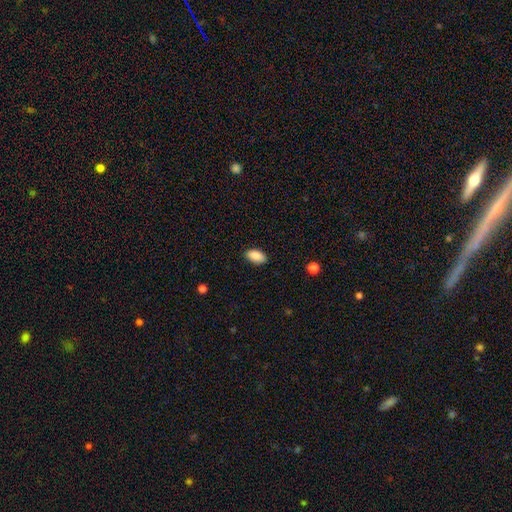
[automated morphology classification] This appears to be a smooth galaxy with no disk features (88%) that is in between round and cigar-shaped (94%). Merging: none (87%).